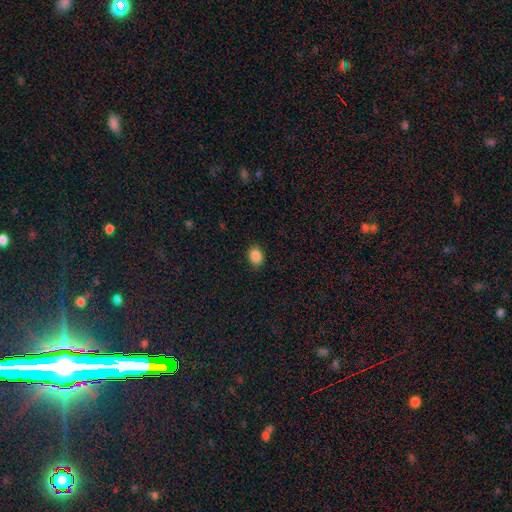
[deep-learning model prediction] Smooth or featured? Predicted: smooth (p=0.87). How rounded? Predicted: in between (p=0.51). Merging? Predicted: none (p=0.87).